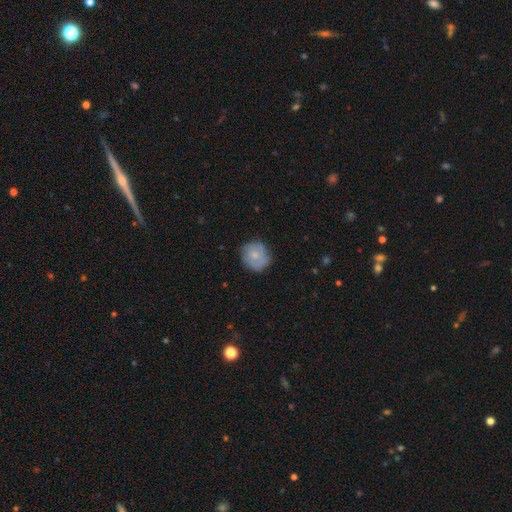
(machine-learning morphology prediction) smooth 64%, featured or disk 29%, star or artifact 7%. Down the decision tree: how rounded — round (87%); merging — none (72%).